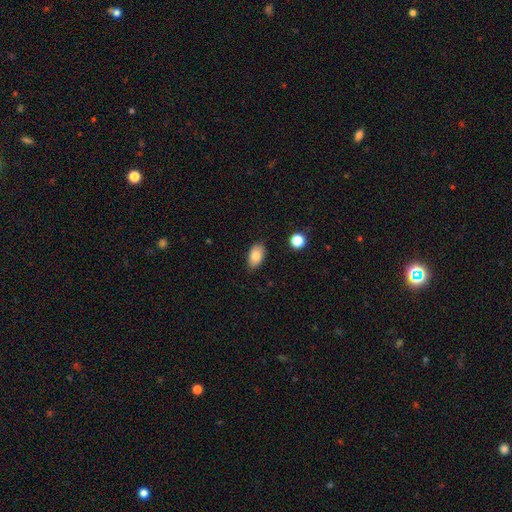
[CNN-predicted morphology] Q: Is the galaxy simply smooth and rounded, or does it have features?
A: smooth — 83%.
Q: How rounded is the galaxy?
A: in between — 91%.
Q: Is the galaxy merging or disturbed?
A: none — 83%.